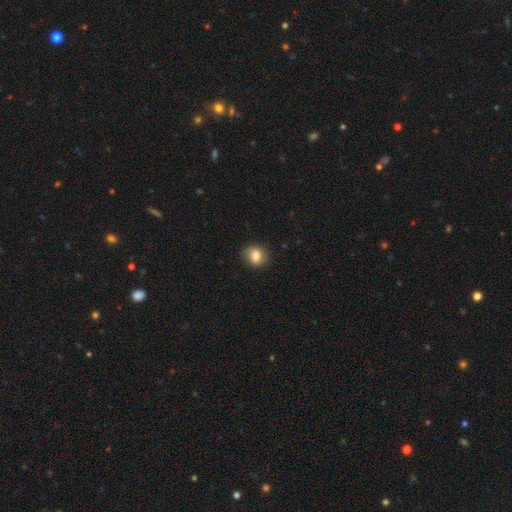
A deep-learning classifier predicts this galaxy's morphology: Smooth or featured? Predicted: smooth (p=0.81). How rounded? Predicted: round (p=0.62). Merging? Predicted: none (p=0.81).